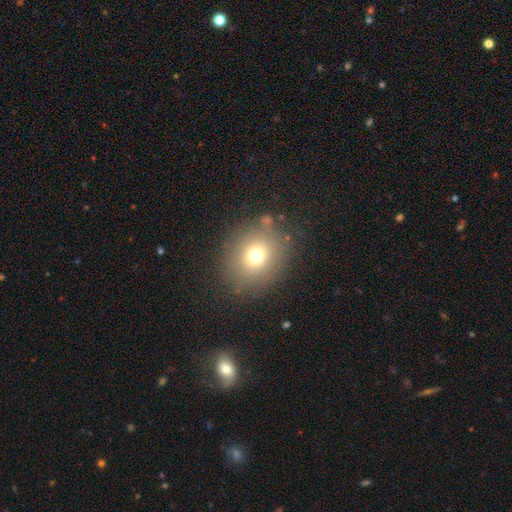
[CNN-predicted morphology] Smooth or featured? Predicted: smooth (p=0.70). How rounded? Predicted: round (p=0.80). Merging? Predicted: none (p=0.82).